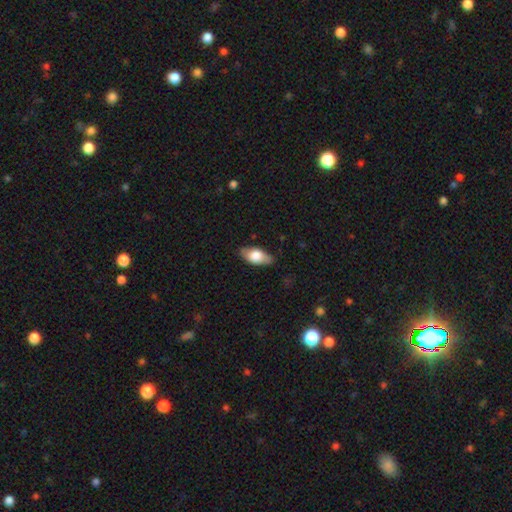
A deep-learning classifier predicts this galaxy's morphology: smooth_or_featured: smooth (p=0.70) [alt: featured or disk p=0.24]
how_rounded: in between (p=0.89) [alt: cigar-shaped p=0.07]
merging: none (p=0.83) [alt: minor disturbance p=0.14]